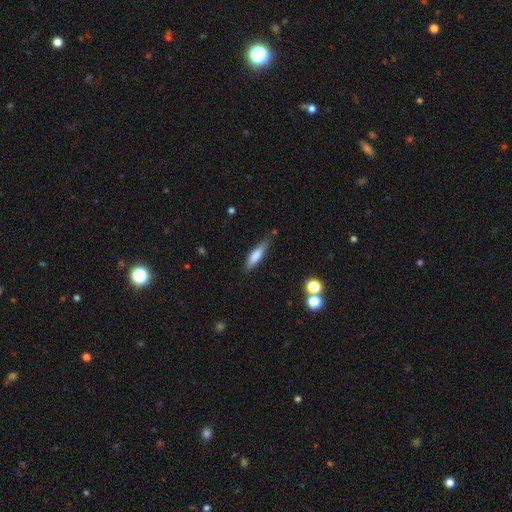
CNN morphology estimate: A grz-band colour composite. It shows a smooth galaxy with no disk features (67%) that is cigar-shaped (70%). Merging: none (76%).